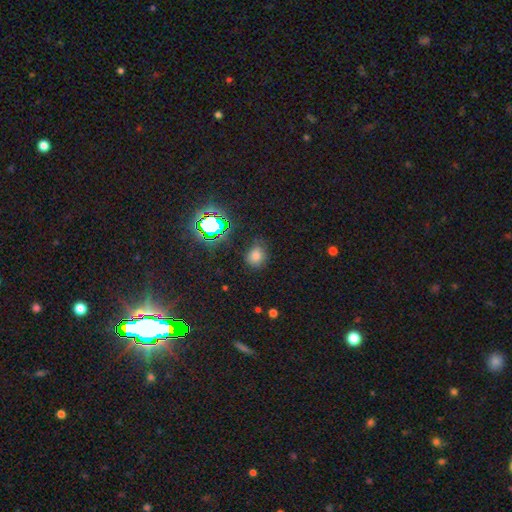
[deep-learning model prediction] smooth_or_featured: smooth (p=0.68) [alt: star or artifact p=0.25]
how_rounded: round (p=0.65) [alt: in between p=0.34]
merging: none (p=0.74) [alt: minor disturbance p=0.18]